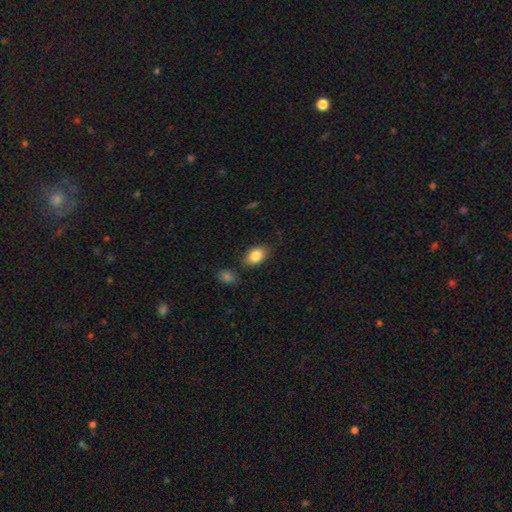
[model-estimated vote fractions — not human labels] Morphology: type=smooth (85%); roundness=in between (86%); merging=none (82%).